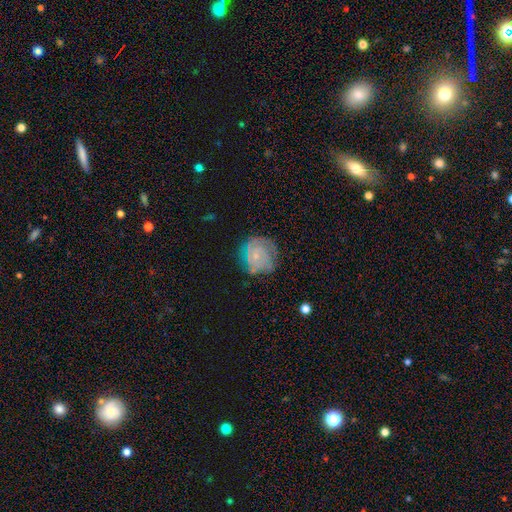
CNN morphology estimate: smooth-or-featured: featured or disk: 72% | smooth: 20% | star or artifact: 8%
  disk-edge-on: no: 98% | yes: 2%
    bar: no: 71% | weak: 24% | strong: 4%
    has-spiral-arms: yes: 90% | no: 10%
      spiral-winding: tight: 71% | medium: 23% | loose: 6%
      spiral-arm-count: can't tell: 35% | 2: 31% | 3: 17% | 4: 6% | 1: 6% | more than 4: 5%
    bulge-size: small: 74% | moderate: 16% | none: 8% | large: 1% | dominant: 1%
  merging: none: 69% | minor disturbance: 21% | major disturbance: 9% | merger: 2%